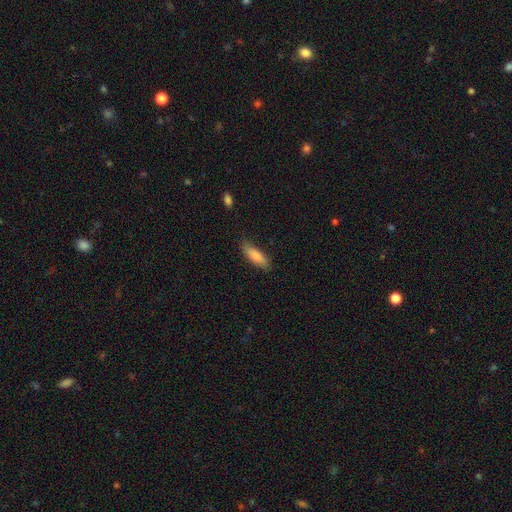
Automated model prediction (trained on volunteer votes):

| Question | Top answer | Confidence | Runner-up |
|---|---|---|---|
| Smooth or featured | smooth | 84% | featured or disk (10%) |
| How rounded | cigar-shaped | 51% | in between (48%) |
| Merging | none | 82% | minor disturbance (14%) |